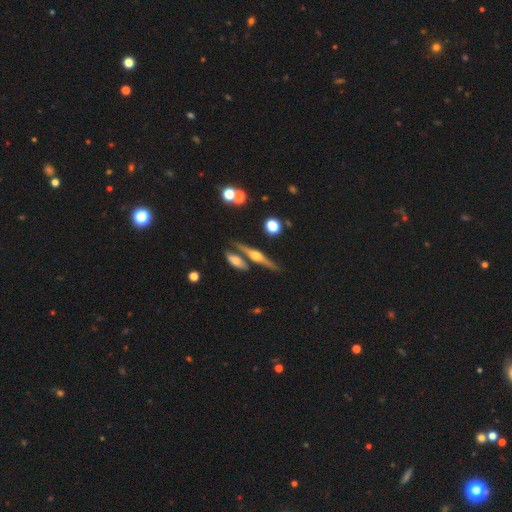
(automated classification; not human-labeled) The model was most divided on "smooth or featured": featured or disk: 77%, smooth: 16%, star or artifact: 7%. More confident: edge-on disk — yes (96%); edge-on bulge — rounded (92%); merging — none (75%).